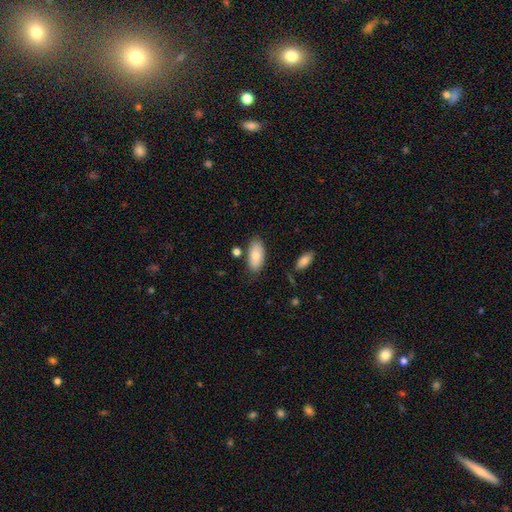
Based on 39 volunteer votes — Morphology: type=smooth (92%); roundness=in between (86%); merging=none (61%).